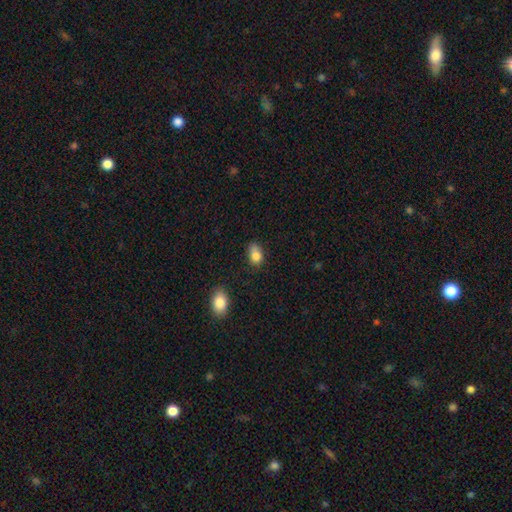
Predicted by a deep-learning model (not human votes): Morphology: type=smooth (84%); roundness=in between (79%); merging=none (53%).